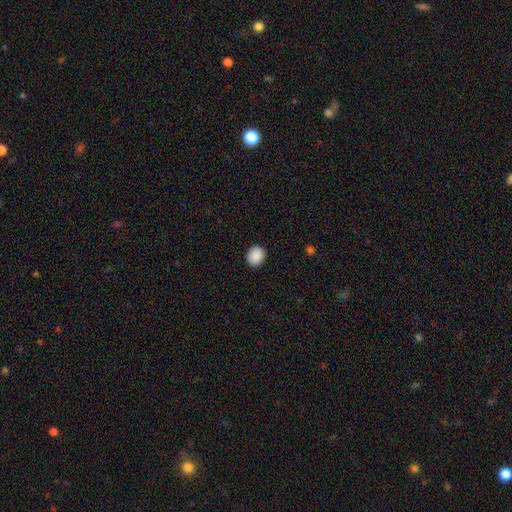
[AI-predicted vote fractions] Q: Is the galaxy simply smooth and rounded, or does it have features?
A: smooth — 90%.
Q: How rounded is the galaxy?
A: round — 63%.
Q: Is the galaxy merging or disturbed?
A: none — 91%.